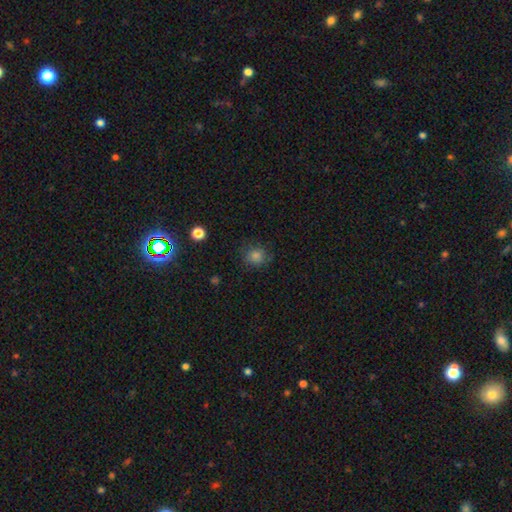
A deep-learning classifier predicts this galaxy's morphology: smooth 72%, star or artifact 20%, featured or disk 8%. Down the decision tree: how rounded — round (85%); merging — none (78%).